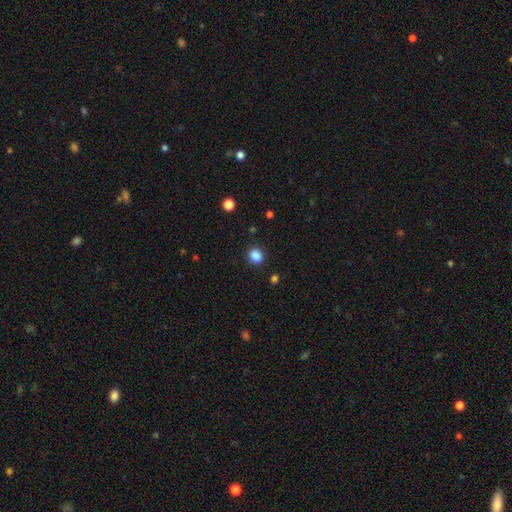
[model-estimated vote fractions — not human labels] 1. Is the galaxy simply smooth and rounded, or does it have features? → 87% smooth, 11% star or artifact, 3% featured or disk.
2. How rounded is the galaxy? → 80% round, 19% in between, 1% cigar-shaped.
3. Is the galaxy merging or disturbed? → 89% none, 7% minor disturbance, 2% major disturbance, 1% merger.